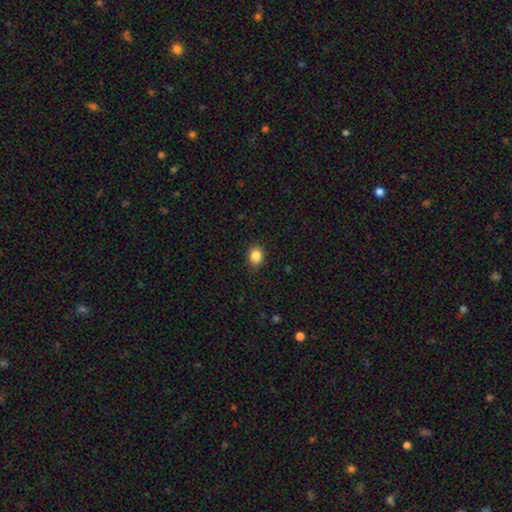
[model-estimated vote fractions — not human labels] Overall: smooth (86%). How rounded: round (50%; in between 49%). Merging: none (86%).